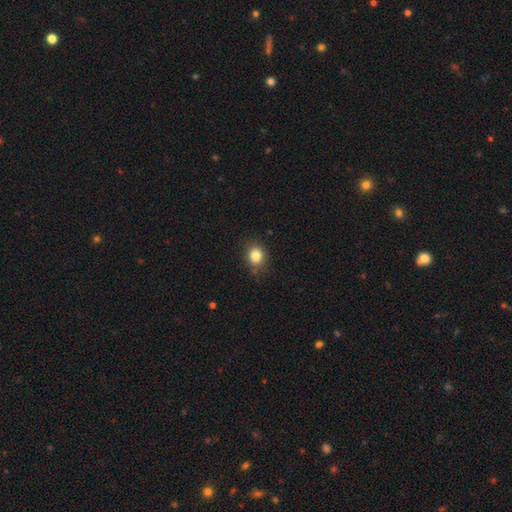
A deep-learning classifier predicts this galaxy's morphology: smooth_or_featured: smooth (p=0.83) [alt: star or artifact p=0.11]
how_rounded: round (p=0.63) [alt: in between p=0.36]
merging: none (p=0.79) [alt: minor disturbance p=0.16]